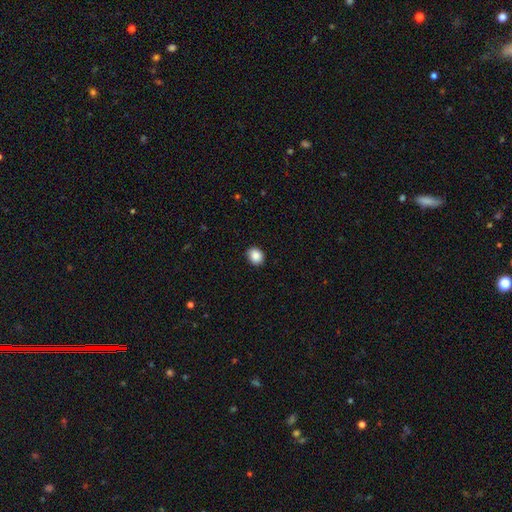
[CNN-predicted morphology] smooth_or_featured: smooth (p=0.87) [alt: star or artifact p=0.09]
how_rounded: round (p=0.64) [alt: in between p=0.35]
merging: none (p=0.88) [alt: minor disturbance p=0.09]